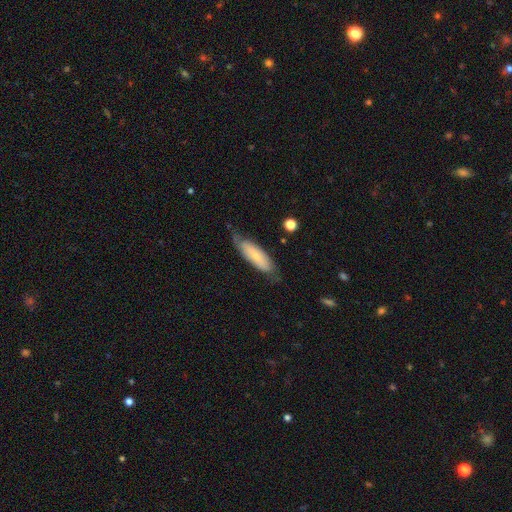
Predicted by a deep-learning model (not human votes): Smooth or featured? smooth (59%)
How rounded? in between (50%)
Merging? none (64%)